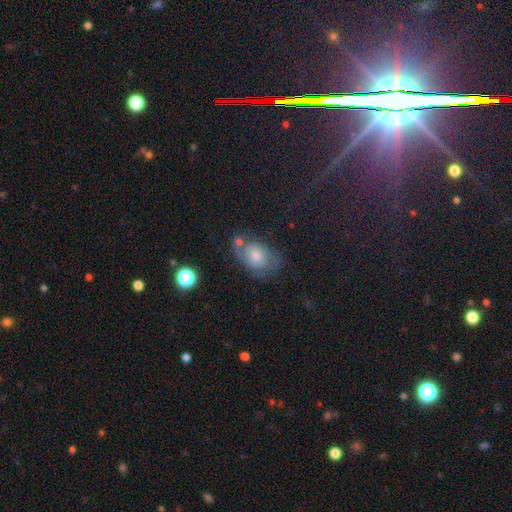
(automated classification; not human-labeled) Smooth or featured?
  - featured or disk: 47% *
  - smooth: 38%
  - star or artifact: 15%
Merging?
  - none: 53% *
  - minor disturbance: 24%
  - major disturbance: 14%
  - merger: 9%